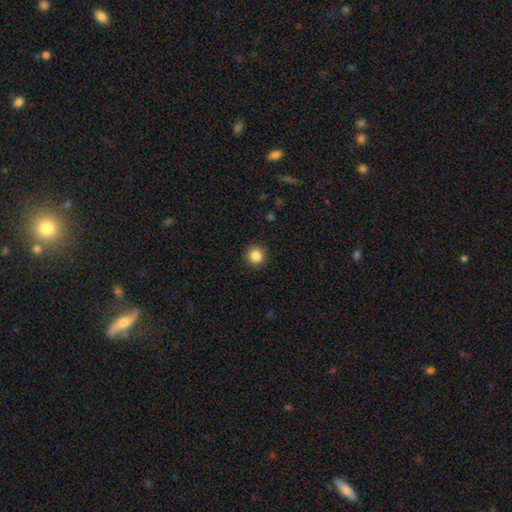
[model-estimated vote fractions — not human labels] smooth-or-featured: smooth: 86% | star or artifact: 10% | featured or disk: 4%
  how-rounded: round: 94% | in between: 5% | cigar-shaped: 1%
  merging: none: 92% | minor disturbance: 5% | major disturbance: 2% | merger: 1%